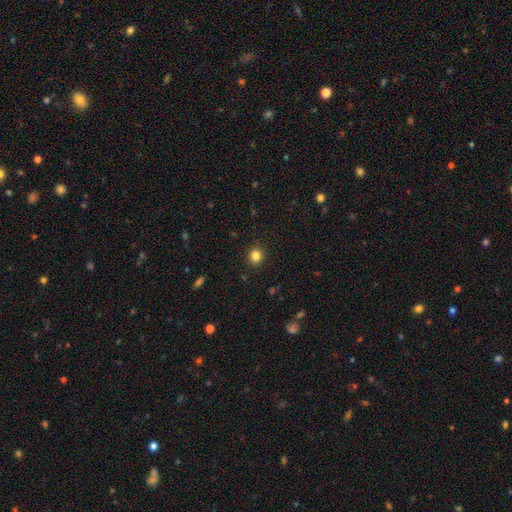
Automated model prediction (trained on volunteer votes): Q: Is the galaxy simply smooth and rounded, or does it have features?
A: smooth — 83%.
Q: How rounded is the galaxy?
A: round — 87%.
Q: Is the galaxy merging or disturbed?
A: none — 91%.